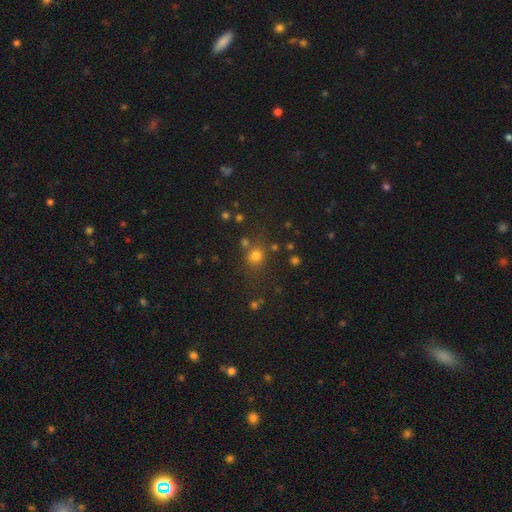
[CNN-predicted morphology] smooth-or-featured: smooth: 74% | star or artifact: 19% | featured or disk: 7%
  how-rounded: round: 79% | in between: 20% | cigar-shaped: 1%
  merging: none: 71% | minor disturbance: 12% | merger: 11% | major disturbance: 6%